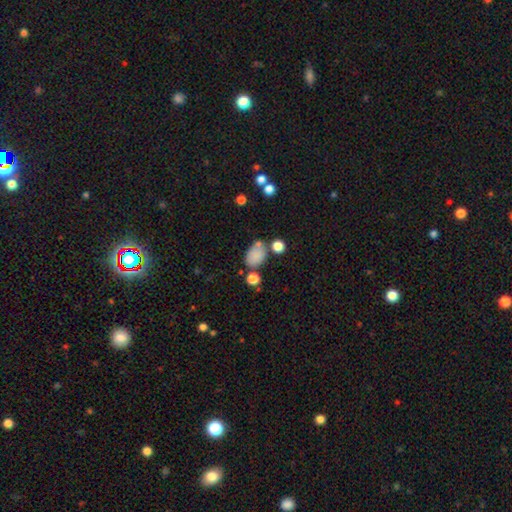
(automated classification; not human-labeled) smooth 82%, star or artifact 11%, featured or disk 7%. Down the decision tree: how rounded — in between (82%); merging — none (63%).